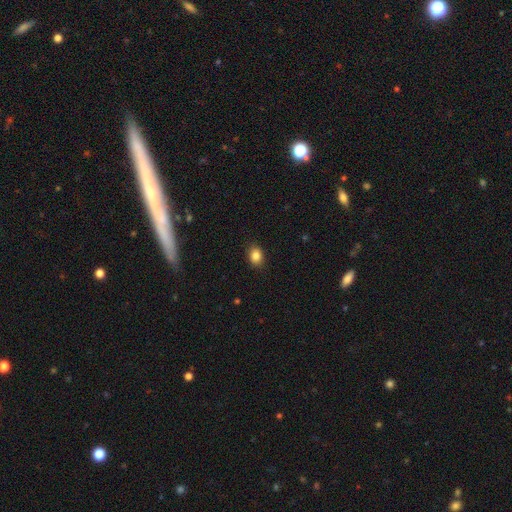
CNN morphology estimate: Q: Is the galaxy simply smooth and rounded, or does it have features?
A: smooth — 85%.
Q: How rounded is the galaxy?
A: in between — 65%.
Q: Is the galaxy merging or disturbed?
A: none — 88%.